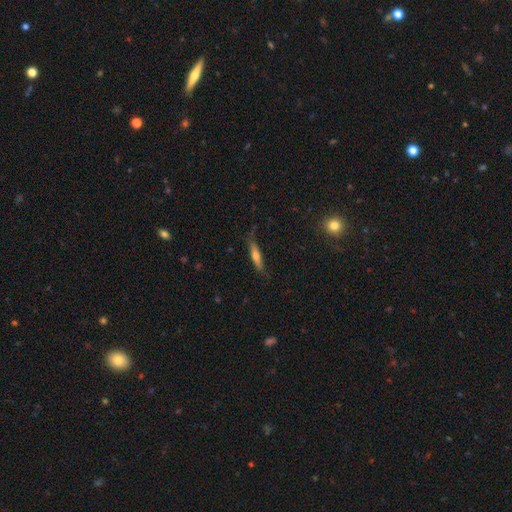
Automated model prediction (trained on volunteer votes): This appears to be a smooth galaxy with no disk features (54%) that is cigar-shaped (84%). Merging: none (75%).